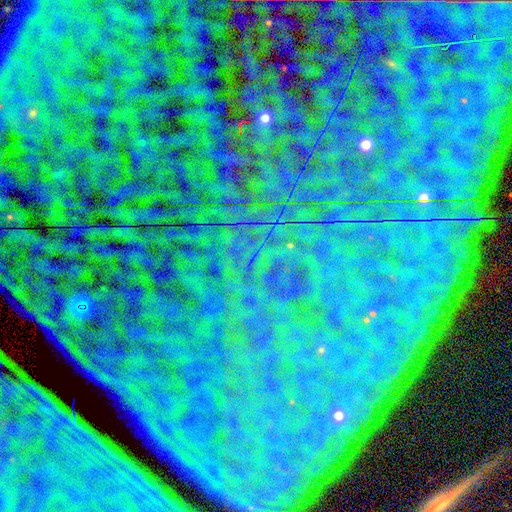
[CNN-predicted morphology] This appears to be a star or artifact, not a galaxy (86%).